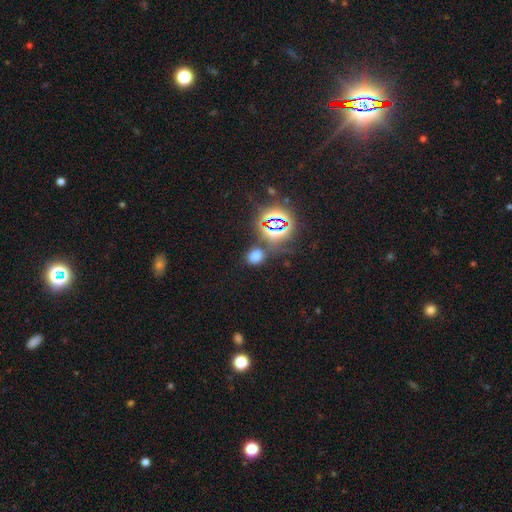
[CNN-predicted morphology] This appears to be a smooth galaxy with no disk features (59%) that is round (49%, tied with in between). Merging: none (70%).